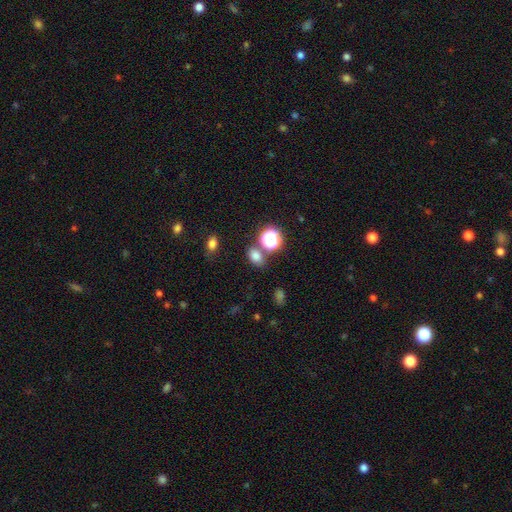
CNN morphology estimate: The model was most divided on "how rounded": in between: 65%, round: 33%, cigar-shaped: 1%. More confident: smooth or featured — smooth (73%); merging — none (71%).